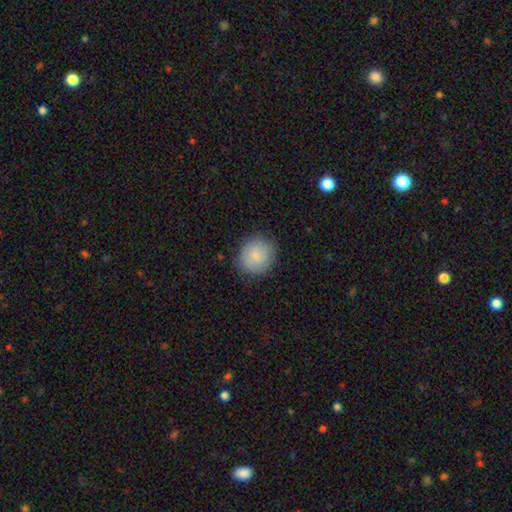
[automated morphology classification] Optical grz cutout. It shows a smooth galaxy with no disk features (83%) that is round (81%). Merging: none (82%).